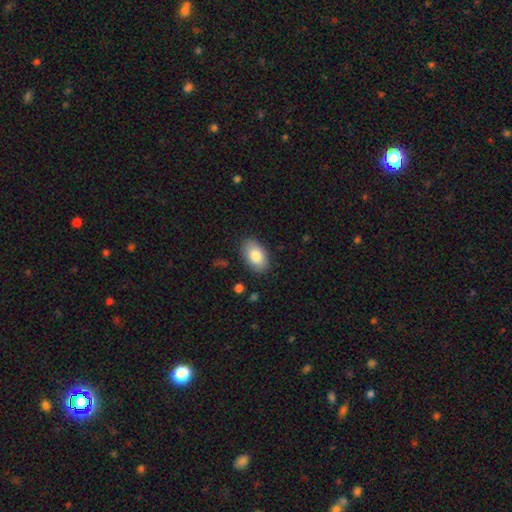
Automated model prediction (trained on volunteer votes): smooth 82%, featured or disk 11%, star or artifact 6%. Down the decision tree: how rounded — in between (92%); merging — none (86%).